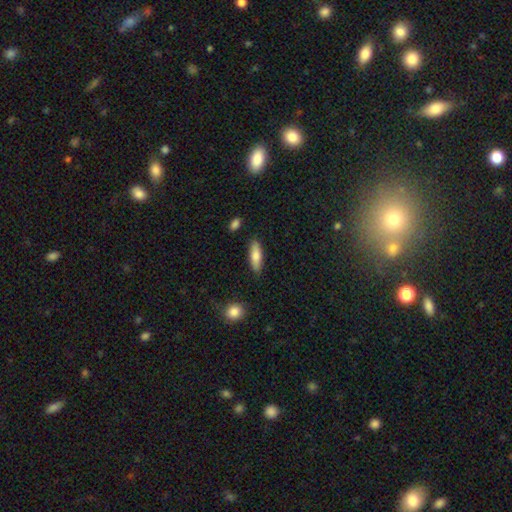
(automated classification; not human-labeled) Smooth or featured? Predicted: smooth (p=0.79). How rounded? Predicted: in between (p=0.52). Merging? Predicted: none (p=0.86).